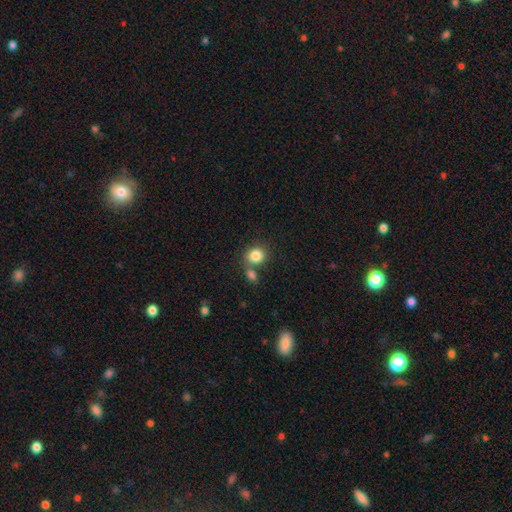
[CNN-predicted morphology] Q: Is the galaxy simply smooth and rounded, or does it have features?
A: smooth — 85%.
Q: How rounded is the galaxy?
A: round — 72%.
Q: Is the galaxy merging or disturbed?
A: none — 57%.